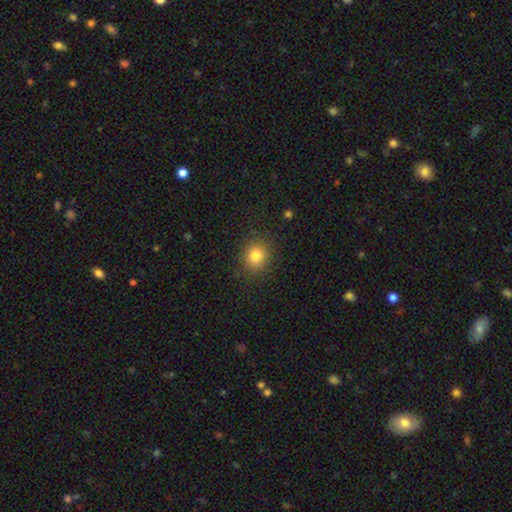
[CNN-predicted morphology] Q: Smooth or featured?
A: smooth (81%); runner-up: star or artifact (13%)
Q: How rounded?
A: round (80%); runner-up: in between (19%)
Q: Merging?
A: none (88%); runner-up: minor disturbance (8%)